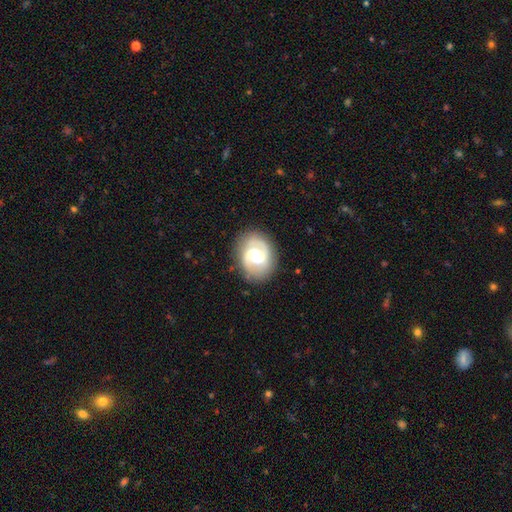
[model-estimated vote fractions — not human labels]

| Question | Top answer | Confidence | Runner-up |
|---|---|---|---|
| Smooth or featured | featured or disk | 78% | smooth (16%) |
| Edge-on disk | no | 98% | yes (2%) |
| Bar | weak | 51% | strong (28%) |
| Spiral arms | yes | 87% | no (13%) |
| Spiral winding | medium | 48% | tight (30%) |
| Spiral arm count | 2 | 87% | can't tell (6%) |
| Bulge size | moderate | 52% | large (33%) |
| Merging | none | 81% | minor disturbance (13%) |